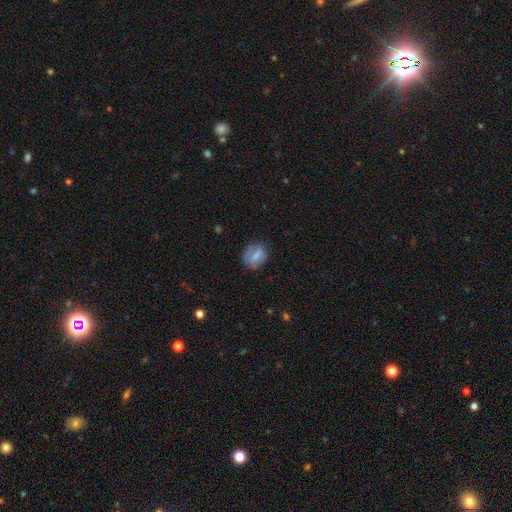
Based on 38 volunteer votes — smooth_or_featured: smooth (p=0.53) [alt: featured or disk p=0.39]
how_rounded: in between (p=0.50) [alt: round p=0.45]
merging: none (p=0.83) [alt: minor disturbance p=0.17]